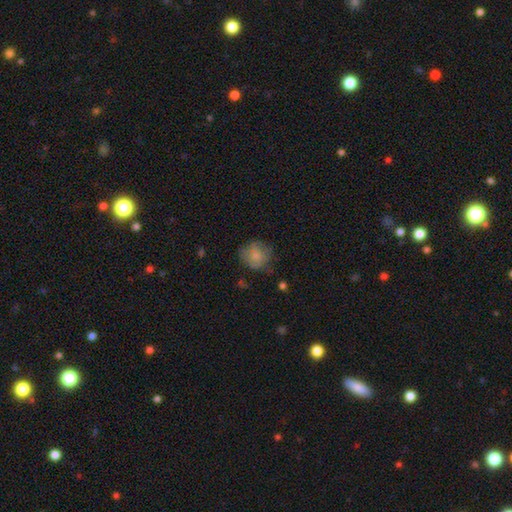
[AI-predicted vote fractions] A smooth galaxy with no disk features (77%) that is round (83%). Merging: none (65%).